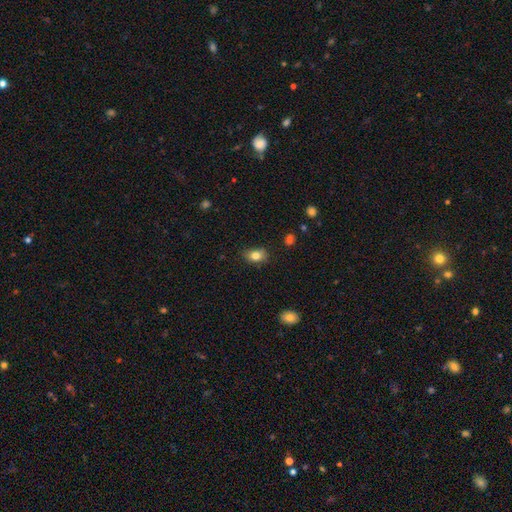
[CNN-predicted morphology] type=smooth (82%); roundness=in between (77%); merging=none (78%).